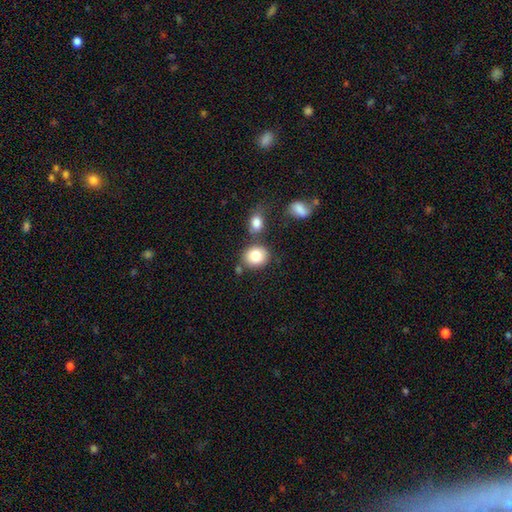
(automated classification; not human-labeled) Smooth or featured? Predicted: smooth (p=0.84). How rounded? Predicted: round (p=0.64). Merging? Predicted: none (p=0.66).